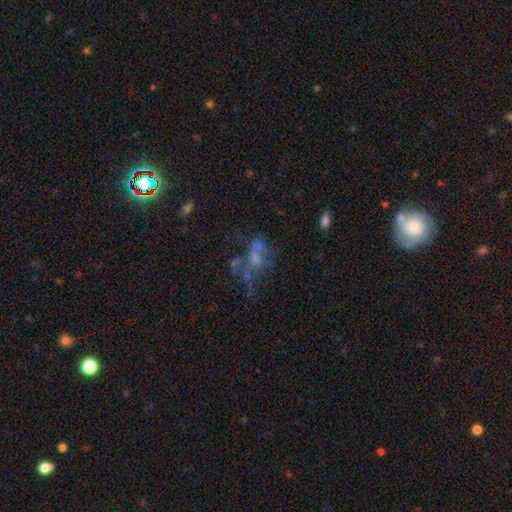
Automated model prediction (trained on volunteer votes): Q: Smooth or featured?
A: featured or disk (47%); runner-up: smooth (28%)
Q: Merging?
A: none (32%); runner-up: major disturbance (27%)